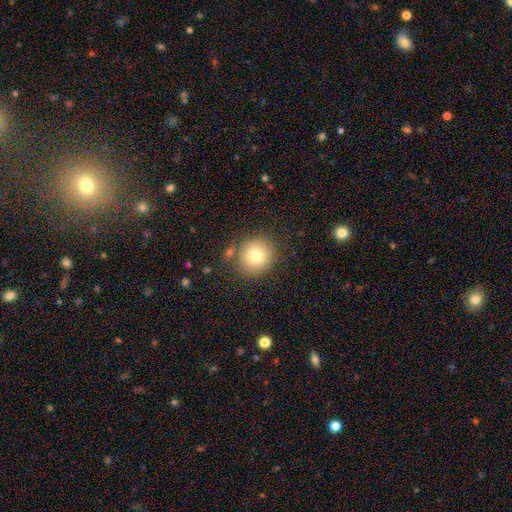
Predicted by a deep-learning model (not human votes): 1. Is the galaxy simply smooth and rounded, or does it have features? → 78% smooth, 11% featured or disk, 10% star or artifact.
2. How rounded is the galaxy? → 91% round, 8% in between, 1% cigar-shaped.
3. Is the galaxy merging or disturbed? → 81% none, 10% minor disturbance, 6% merger, 3% major disturbance.